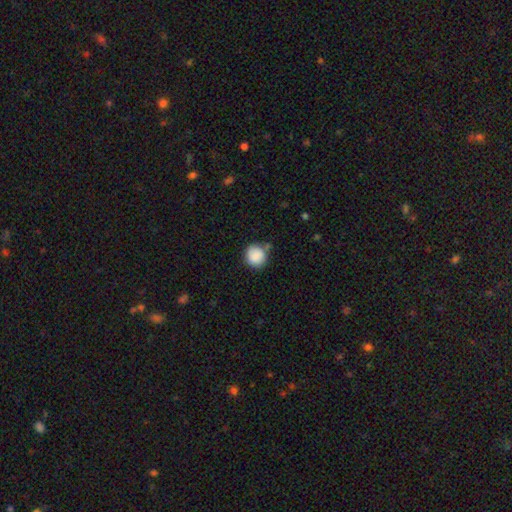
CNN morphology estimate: Smooth or featured: smooth — 88% (star or artifact — 8%)
How rounded: round — 87% (in between — 12%)
Merging: none — 73% (minor disturbance — 16%)